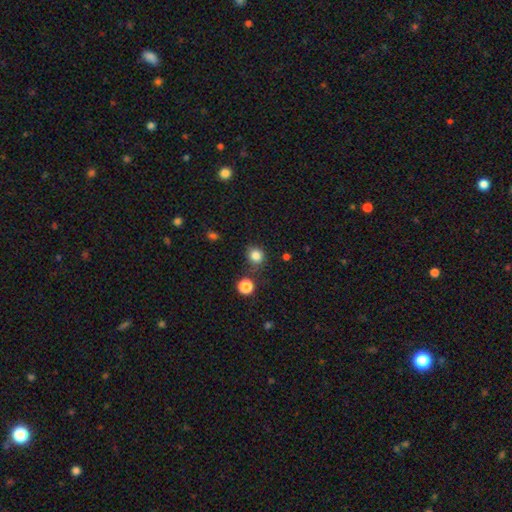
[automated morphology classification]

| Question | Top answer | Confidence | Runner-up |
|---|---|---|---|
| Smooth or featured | smooth | 83% | star or artifact (12%) |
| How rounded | round | 87% | in between (12%) |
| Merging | none | 79% | minor disturbance (13%) |